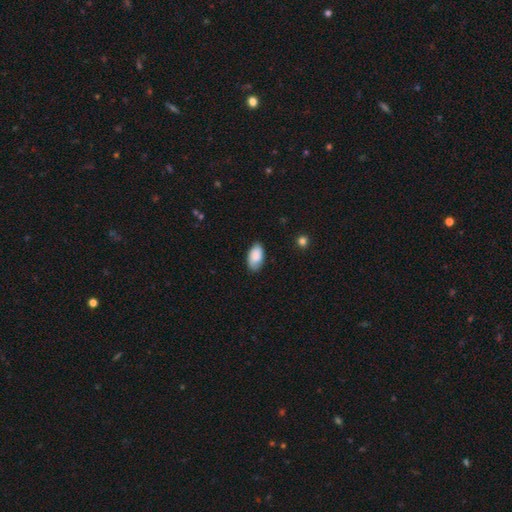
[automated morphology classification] This is clearly a smooth galaxy (84%). How rounded: clearly in between (94%). Merging: likely none (77%).